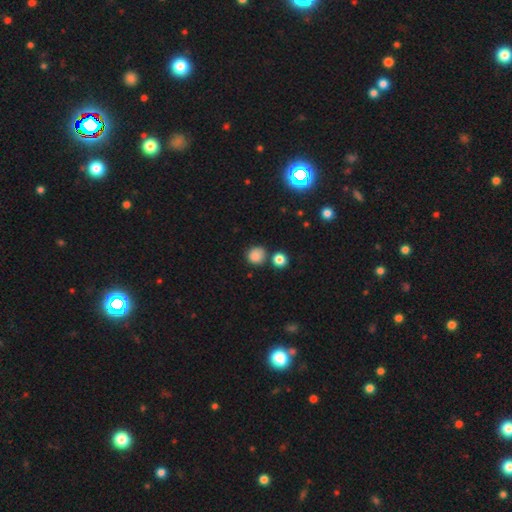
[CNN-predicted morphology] smooth_or_featured: smooth (p=0.83) [alt: star or artifact p=0.13]
how_rounded: round (p=0.86) [alt: in between p=0.13]
merging: none (p=0.71) [alt: minor disturbance p=0.13]